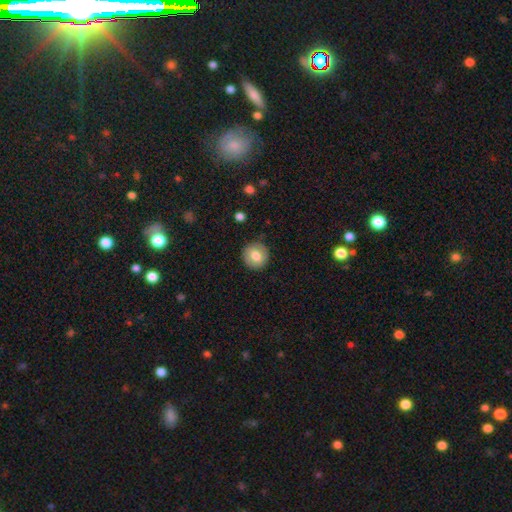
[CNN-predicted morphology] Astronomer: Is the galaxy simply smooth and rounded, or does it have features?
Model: smooth — 74%.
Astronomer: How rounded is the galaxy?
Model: round — 90%.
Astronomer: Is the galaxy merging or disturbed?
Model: none — 89%.